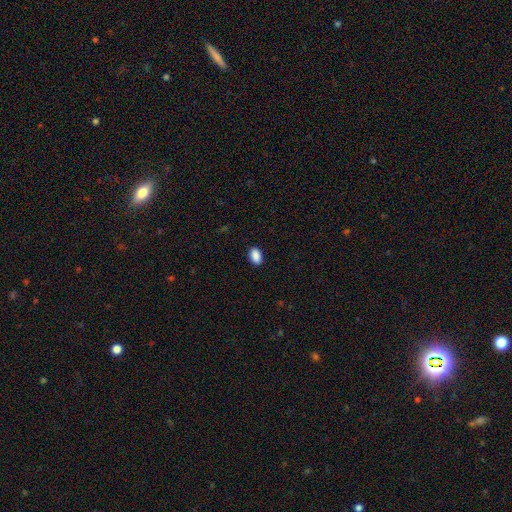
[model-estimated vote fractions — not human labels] Smooth or featured? smooth (90%)
How rounded? in between (90%)
Merging? none (89%)